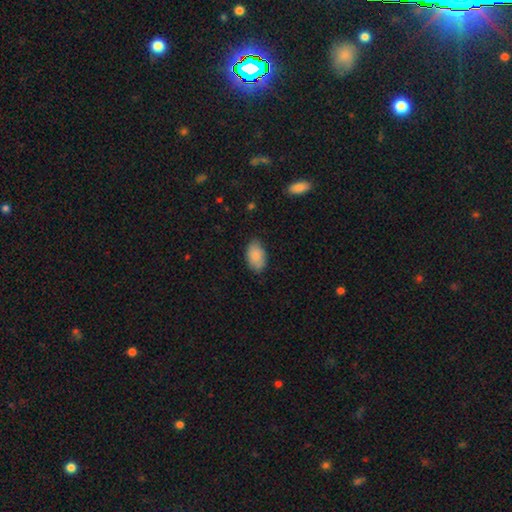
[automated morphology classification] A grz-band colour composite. It shows a smooth galaxy with no disk features (87%) that is in between round and cigar-shaped (93%). Merging: none (79%).